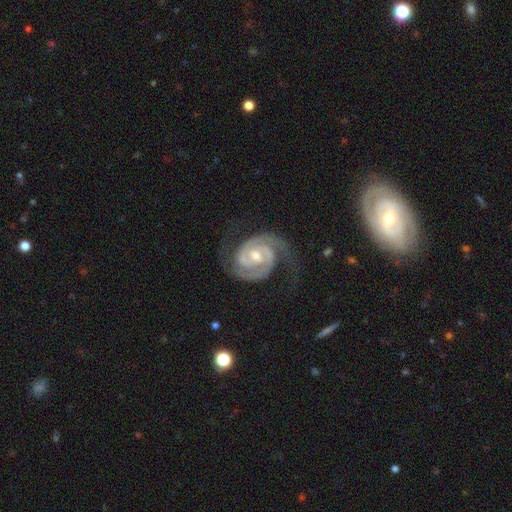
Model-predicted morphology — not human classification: Overall: featured or disk (93%). Edge-on disk: no (98%). Bar: weak (42%, tied with no). Spiral arms: yes (99%). Spiral arm count: 2 (91%). Spiral winding: tight (61%; medium 34%). Bulge size: moderate (59%; small 35%). Merging: none (74%).